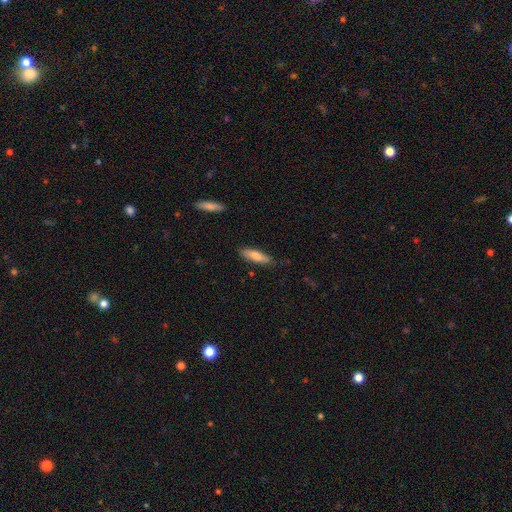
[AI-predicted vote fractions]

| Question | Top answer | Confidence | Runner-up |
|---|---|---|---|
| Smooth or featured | smooth | 76% | featured or disk (18%) |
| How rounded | cigar-shaped | 59% | in between (39%) |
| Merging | none | 73% | minor disturbance (22%) |